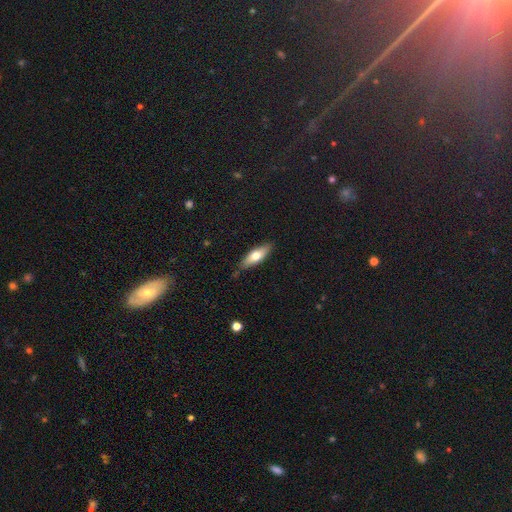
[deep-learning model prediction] smooth-or-featured: smooth: 64% | featured or disk: 30% | star or artifact: 6%
  how-rounded: in between: 53% | cigar-shaped: 45% | round: 2%
  merging: none: 80% | minor disturbance: 15% | major disturbance: 3% | merger: 2%